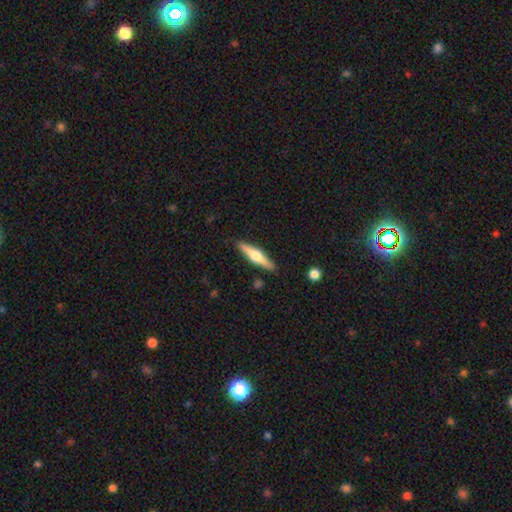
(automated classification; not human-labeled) smooth-or-featured: featured or disk: 57% | smooth: 37% | star or artifact: 5%
  disk-edge-on: yes: 96% | no: 4%
    edge-on-bulge: rounded: 92% | boxy: 5% | none: 3%
  merging: none: 89% | minor disturbance: 8% | major disturbance: 2% | merger: 2%